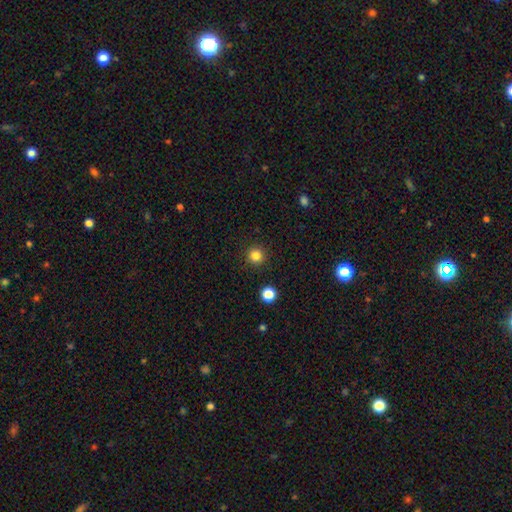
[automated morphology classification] smooth 84%, star or artifact 12%, featured or disk 4%. Down the decision tree: how rounded — round (96%); merging — none (92%).